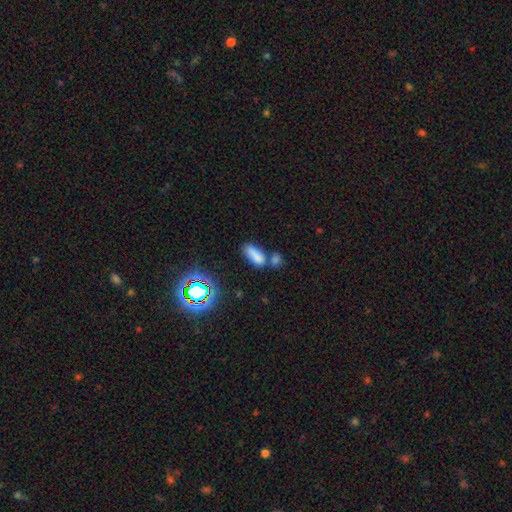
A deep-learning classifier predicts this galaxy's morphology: This appears to be a smooth galaxy with no disk features (78%) that is in between round and cigar-shaped (71%). Merging: none (53%).